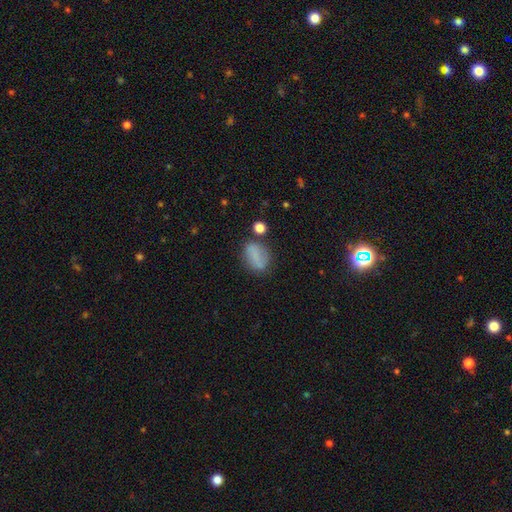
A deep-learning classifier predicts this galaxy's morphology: Smooth or featured?
  - smooth: 69% *
  - featured or disk: 20%
  - star or artifact: 11%
How rounded?
  - in between: 69% *
  - round: 28%
  - cigar-shaped: 3%
Merging?
  - none: 65% *
  - minor disturbance: 20%
  - merger: 8%
  - major disturbance: 7%